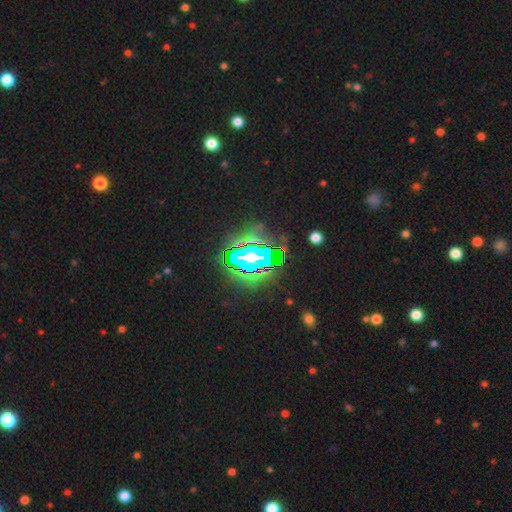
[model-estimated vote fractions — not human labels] Smooth or featured: star or artifact — 79% (smooth — 10%)